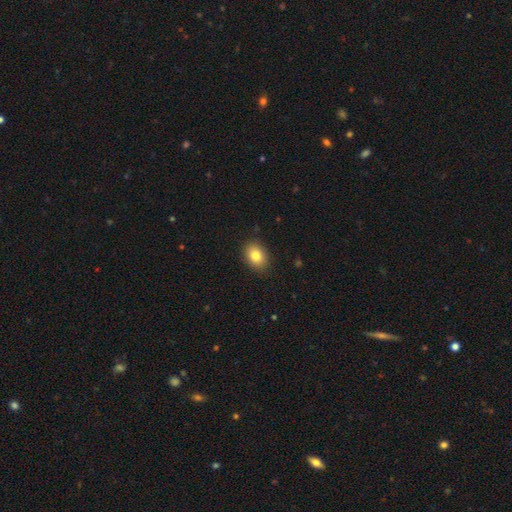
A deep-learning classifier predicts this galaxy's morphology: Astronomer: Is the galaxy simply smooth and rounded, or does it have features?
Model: smooth — 82%.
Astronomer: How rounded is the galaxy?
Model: in between — 70%.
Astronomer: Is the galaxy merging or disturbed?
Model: none — 89%.